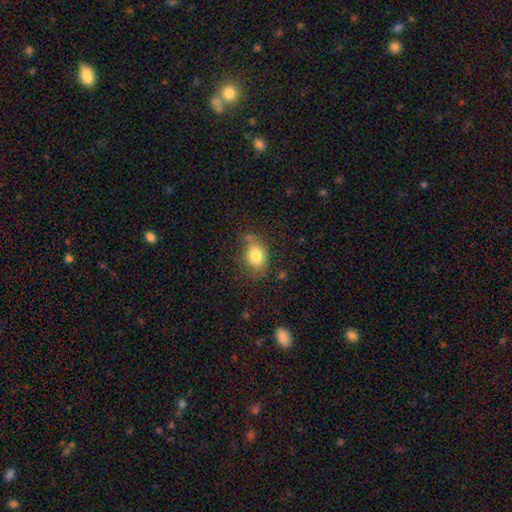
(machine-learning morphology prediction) This appears to be a smooth galaxy with no disk features (81%) that is in between round and cigar-shaped (64%). Merging: none (69%).